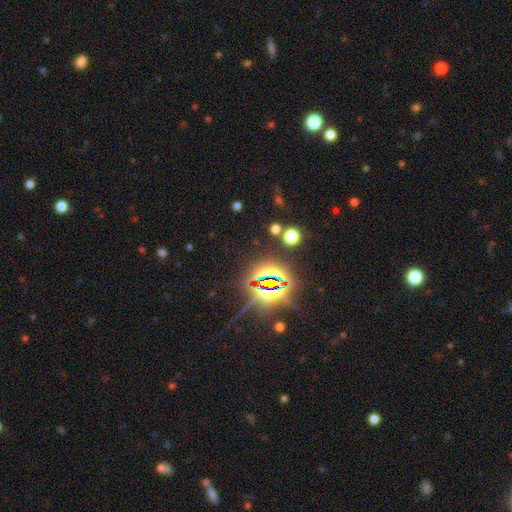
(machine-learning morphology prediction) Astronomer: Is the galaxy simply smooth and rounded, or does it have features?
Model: star or artifact — 83%.